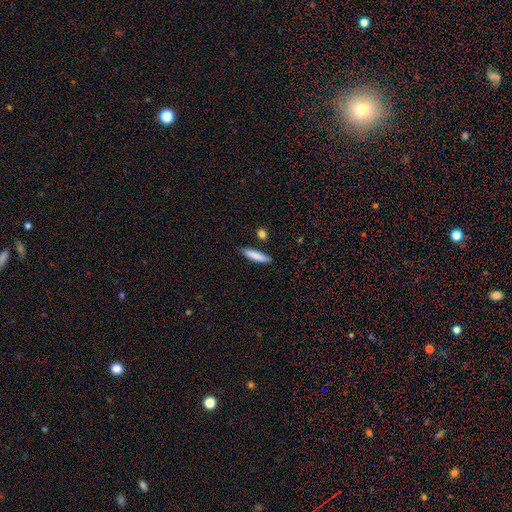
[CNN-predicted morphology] Smooth or featured? Predicted: smooth (p=0.85). How rounded? Predicted: cigar-shaped (p=0.80). Merging? Predicted: none (p=0.81).